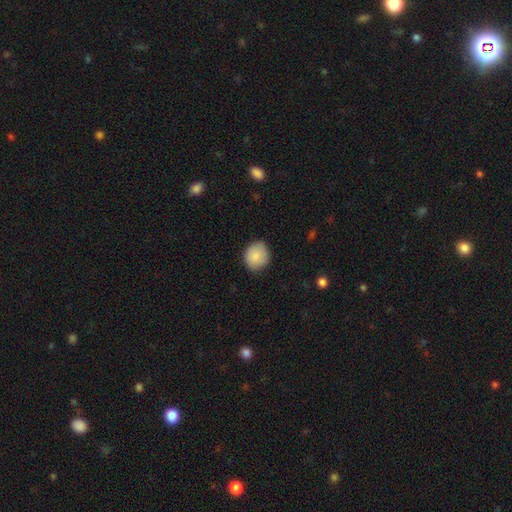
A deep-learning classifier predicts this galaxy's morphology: smooth-or-featured: smooth: 88% | star or artifact: 7% | featured or disk: 5%
  how-rounded: round: 75% | in between: 24% | cigar-shaped: 1%
  merging: none: 82% | minor disturbance: 15% | major disturbance: 3% | merger: 1%